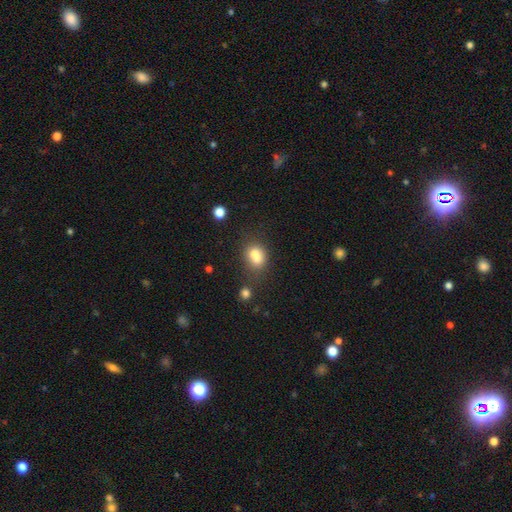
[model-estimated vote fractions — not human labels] Overall: smooth (74%). How rounded: in between (49%, tied with round). Merging: merger (45%; none 37%).